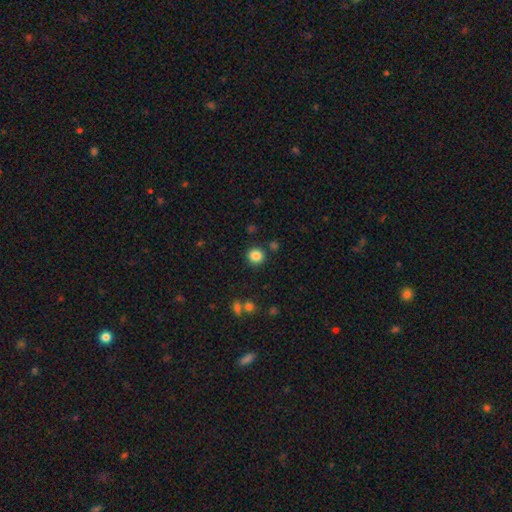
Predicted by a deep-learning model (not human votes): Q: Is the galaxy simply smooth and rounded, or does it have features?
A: smooth — 85%.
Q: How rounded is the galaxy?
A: round — 91%.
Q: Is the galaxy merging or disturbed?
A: none — 87%.